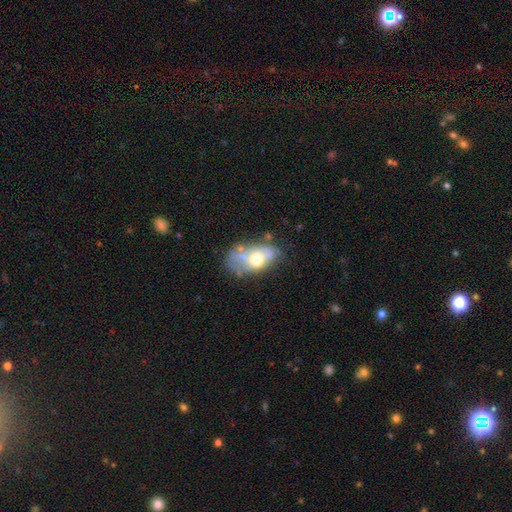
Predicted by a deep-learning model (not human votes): The model was most divided on "merging": none: 32%, major disturbance: 27%, minor disturbance: 25%, merger: 17%. More confident: edge-on disk — no (93%); smooth or featured — featured or disk (51%).